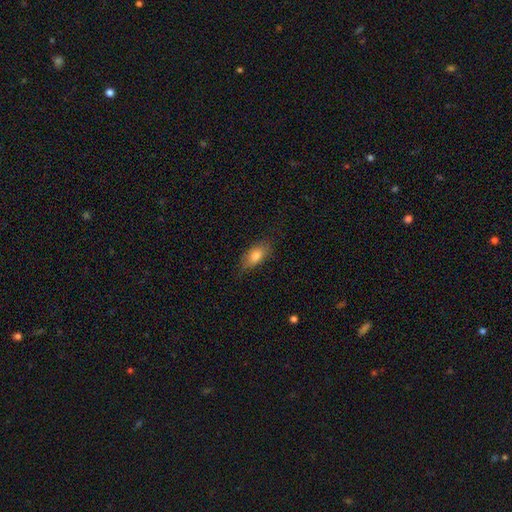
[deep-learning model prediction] smooth_or_featured: smooth (p=0.78) [alt: featured or disk p=0.15]
how_rounded: in between (p=0.85) [alt: cigar-shaped p=0.10]
merging: none (p=0.73) [alt: minor disturbance p=0.21]